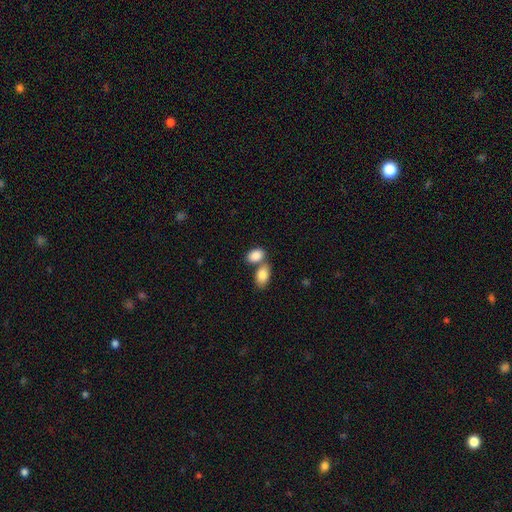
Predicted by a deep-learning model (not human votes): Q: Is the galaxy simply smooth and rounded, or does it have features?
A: smooth — 86%.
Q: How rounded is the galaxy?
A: in between — 88%.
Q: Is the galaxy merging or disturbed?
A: merger — 47%.